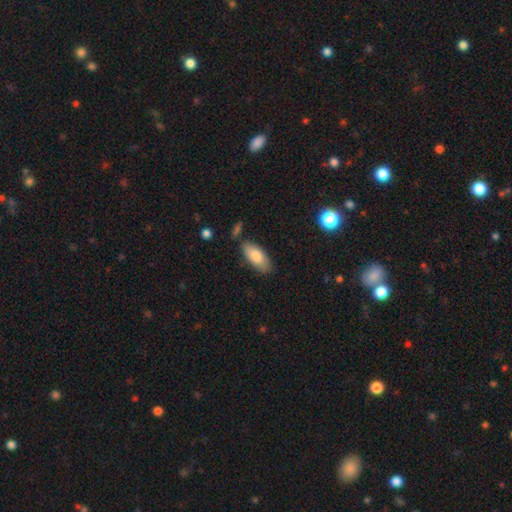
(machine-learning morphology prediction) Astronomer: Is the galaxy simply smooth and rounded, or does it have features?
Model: smooth — 81%.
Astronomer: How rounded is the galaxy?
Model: in between — 86%.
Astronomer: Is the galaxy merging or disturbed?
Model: none — 77%.